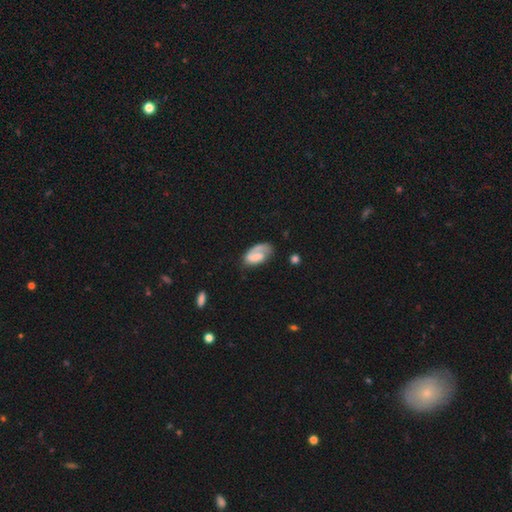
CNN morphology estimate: smooth-or-featured: featured or disk: 57% | smooth: 36% | star or artifact: 7%
  disk-edge-on: no: 96% | yes: 4%
    bar: no: 56% | weak: 34% | strong: 11%
    has-spiral-arms: yes: 86% | no: 14%
    bulge-size: none: 42% | small: 25% | moderate: 20% | large: 10% | dominant: 3%
  merging: none: 53% | minor disturbance: 23% | major disturbance: 20% | merger: 4%